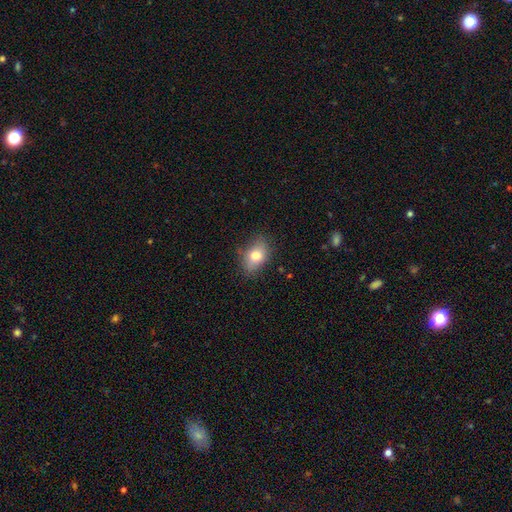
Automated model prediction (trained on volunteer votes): A smooth galaxy with no disk features (75%) that is in between round and cigar-shaped (81%).

Vote fractions:
- Smooth or featured? smooth: 75% / featured or disk: 15% / star or artifact: 9%
- How rounded? in between: 81% / round: 17% / cigar-shaped: 2%
- Merging? none: 76% / minor disturbance: 19% / major disturbance: 4% / merger: 2%